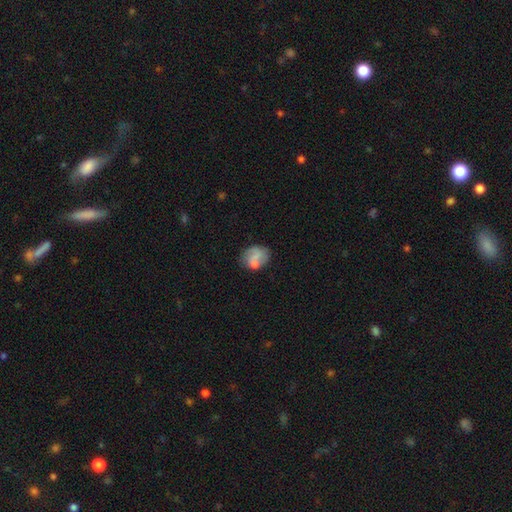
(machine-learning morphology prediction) Smooth or featured?
  - smooth: 65% *
  - featured or disk: 27%
  - star or artifact: 9%
How rounded?
  - in between: 51% *
  - round: 48%
  - cigar-shaped: 1%
Merging?
  - none: 49% *
  - minor disturbance: 24%
  - merger: 18%
  - major disturbance: 10%